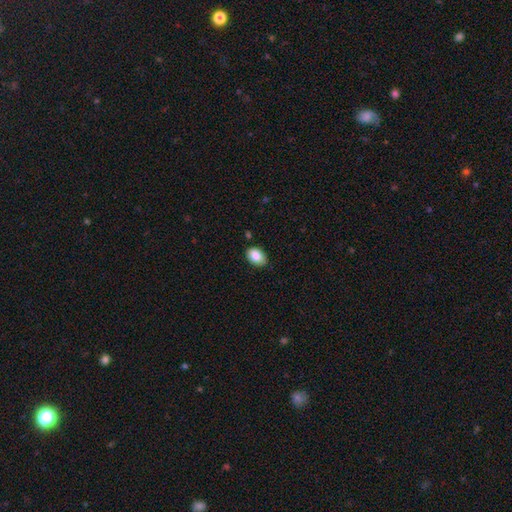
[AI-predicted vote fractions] Smooth or featured: smooth — 85% (featured or disk — 8%)
How rounded: in between — 85% (round — 14%)
Merging: none — 84% (minor disturbance — 13%)